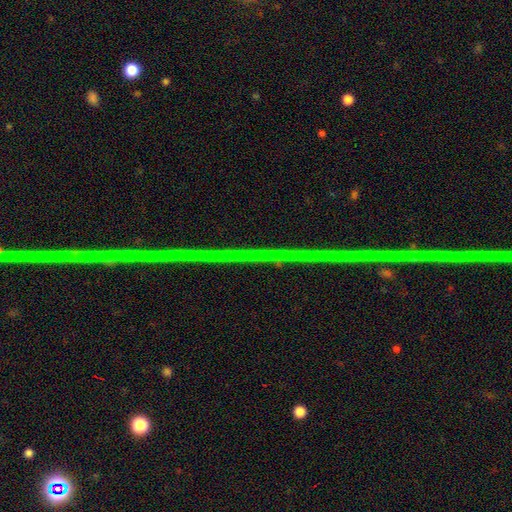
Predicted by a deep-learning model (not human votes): Smooth or featured?
  - star or artifact: 78% *
  - featured or disk: 14%
  - smooth: 8%